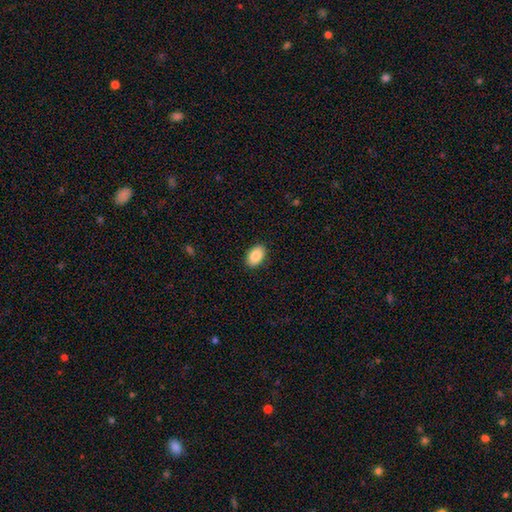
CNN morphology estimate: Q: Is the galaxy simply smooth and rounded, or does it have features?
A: smooth — 88%.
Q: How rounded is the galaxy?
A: in between — 91%.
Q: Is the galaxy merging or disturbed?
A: none — 89%.